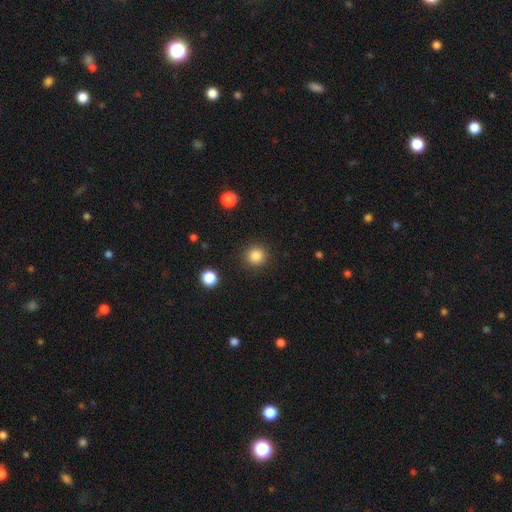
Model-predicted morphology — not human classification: smooth_or_featured: smooth (p=0.85) [alt: star or artifact p=0.11]
how_rounded: round (p=0.93) [alt: in between p=0.06]
merging: none (p=0.91) [alt: minor disturbance p=0.06]